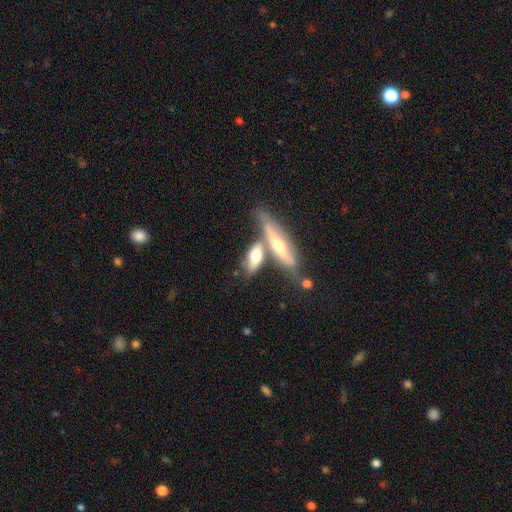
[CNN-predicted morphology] This is possibly a smooth galaxy (54%). How rounded: possibly in between (57%). Merging: possibly merger (48%).